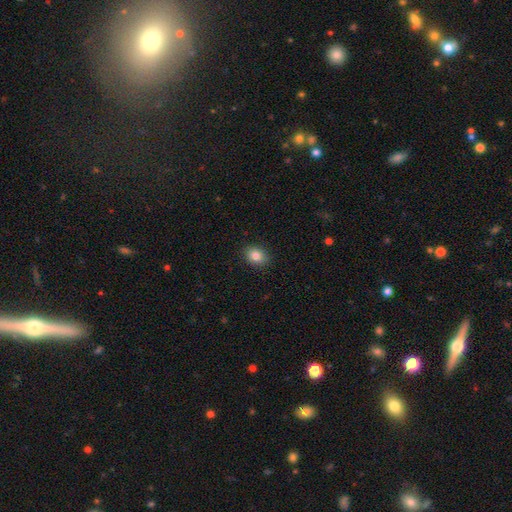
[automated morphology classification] smooth 85%, star or artifact 10%, featured or disk 6%. Down the decision tree: how rounded — in between (55%); merging — none (90%).